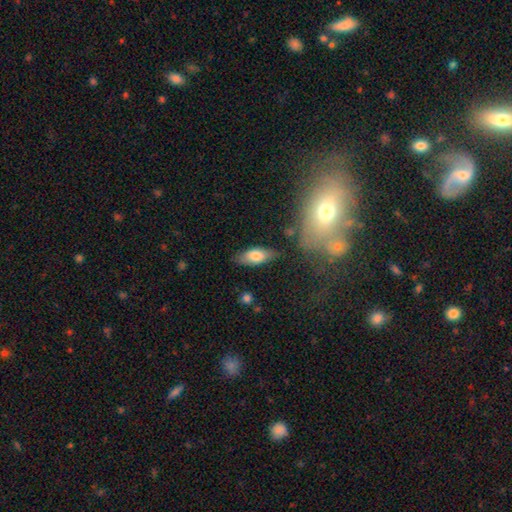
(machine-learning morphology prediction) smooth-or-featured: smooth: 72% | featured or disk: 21% | star or artifact: 7%
  how-rounded: in between: 81% | cigar-shaped: 15% | round: 3%
  merging: none: 77% | minor disturbance: 16% | major disturbance: 4% | merger: 3%